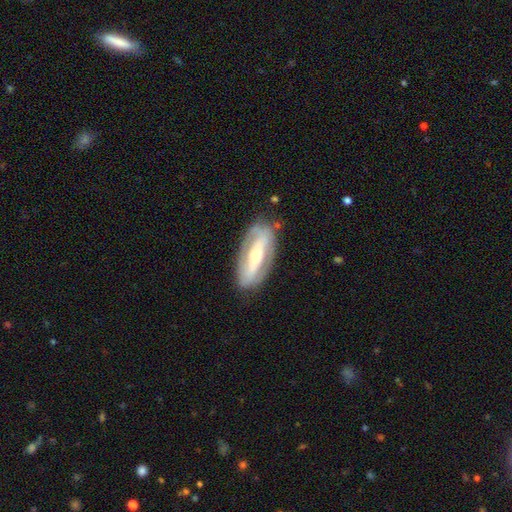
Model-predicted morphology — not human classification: Q: Smooth or featured?
A: featured or disk (71%); runner-up: smooth (24%)
Q: Edge-on disk?
A: no (82%); runner-up: yes (18%)
Q: Bar?
A: strong (59%); runner-up: no (20%)
Q: Spiral arms?
A: yes (54%); runner-up: no (46%)
Q: Bulge size?
A: moderate (54%); runner-up: small (37%)
Q: Merging?
A: none (79%); runner-up: minor disturbance (14%)